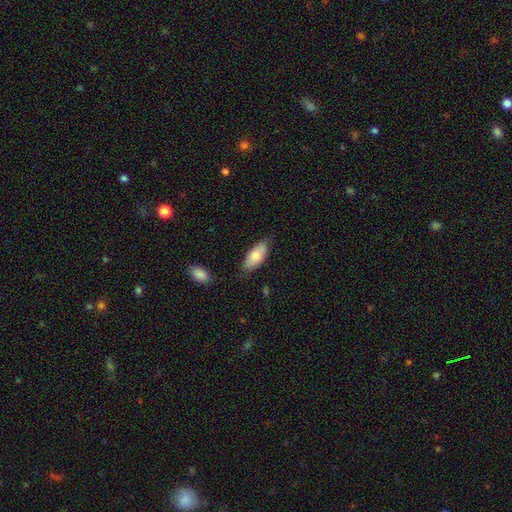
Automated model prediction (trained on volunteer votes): A smooth galaxy with no disk features (76%) that is in between round and cigar-shaped (82%). Merging: none (75%).